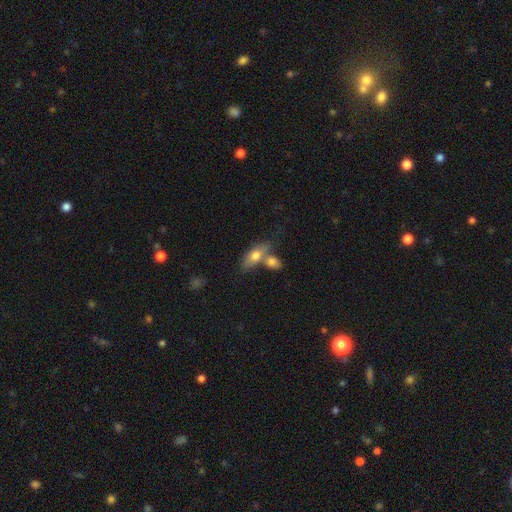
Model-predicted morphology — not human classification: type=smooth (68%); roundness=in between (76%); merging=merger (47%).